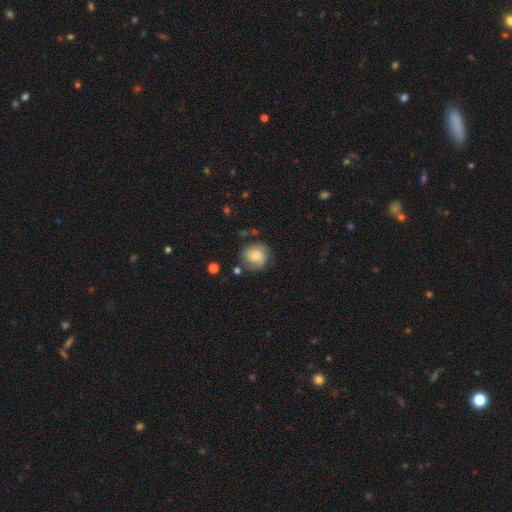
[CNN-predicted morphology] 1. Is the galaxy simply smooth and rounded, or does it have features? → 69% smooth, 23% featured or disk, 8% star or artifact.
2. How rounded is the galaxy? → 82% round, 17% in between, 1% cigar-shaped.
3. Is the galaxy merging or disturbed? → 68% none, 21% minor disturbance, 7% major disturbance, 4% merger.